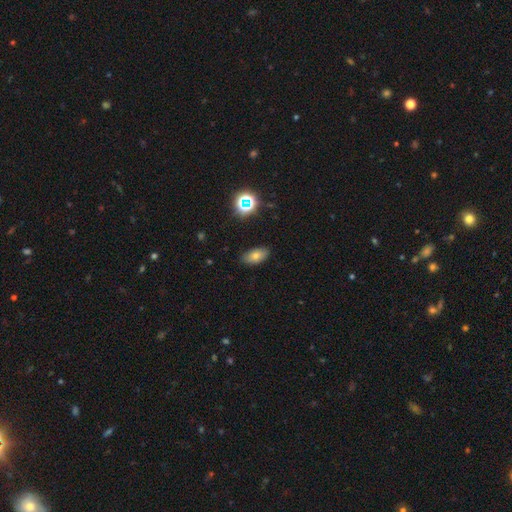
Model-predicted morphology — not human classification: smooth 72%, featured or disk 14%, star or artifact 14%. Down the decision tree: how rounded — in between (90%); merging — none (85%).